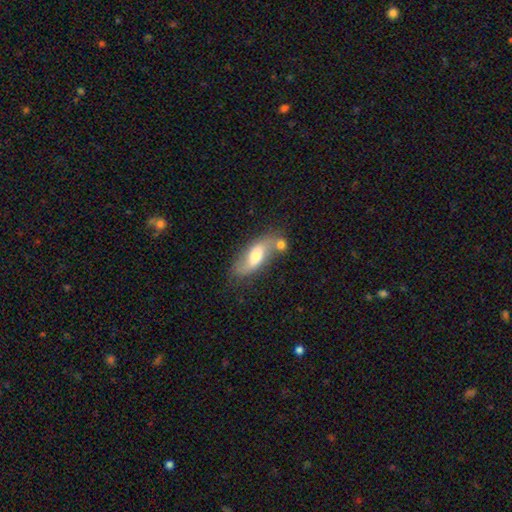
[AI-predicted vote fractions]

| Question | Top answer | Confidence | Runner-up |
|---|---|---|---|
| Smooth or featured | featured or disk | 48% | smooth (45%) |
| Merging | none | 49% | merger (27%) |